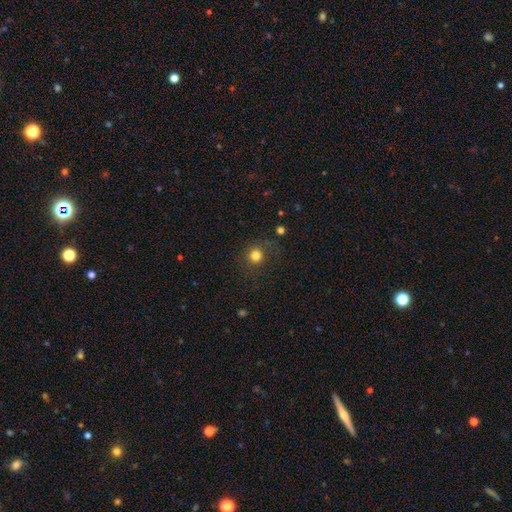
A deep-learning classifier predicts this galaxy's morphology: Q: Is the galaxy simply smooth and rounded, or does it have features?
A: smooth — 80%.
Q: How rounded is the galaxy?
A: round — 92%.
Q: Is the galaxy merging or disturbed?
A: none — 80%.